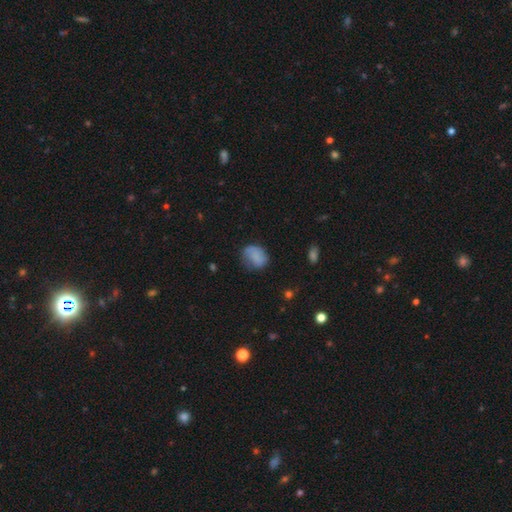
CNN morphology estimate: smooth-or-featured: smooth: 71% | featured or disk: 20% | star or artifact: 9%
  how-rounded: in between: 51% | round: 48% | cigar-shaped: 1%
  merging: none: 55% | minor disturbance: 30% | major disturbance: 12% | merger: 2%